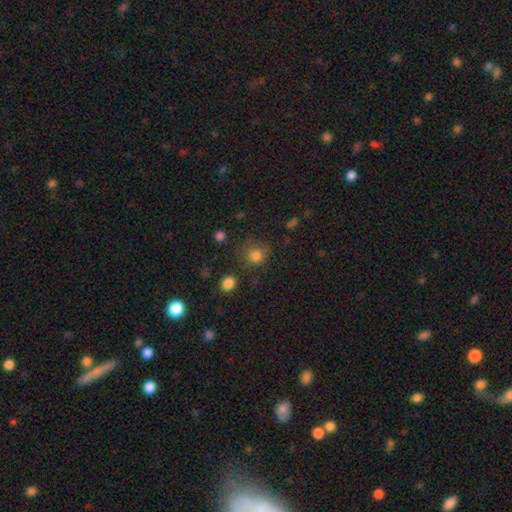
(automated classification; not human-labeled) Q: Smooth or featured?
A: smooth (81%); runner-up: star or artifact (13%)
Q: How rounded?
A: round (89%); runner-up: in between (10%)
Q: Merging?
A: none (75%); runner-up: minor disturbance (14%)